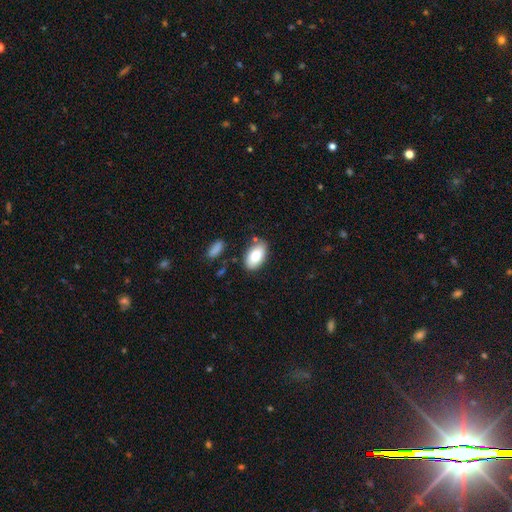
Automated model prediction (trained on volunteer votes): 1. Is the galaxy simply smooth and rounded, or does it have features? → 80% smooth, 13% featured or disk, 7% star or artifact.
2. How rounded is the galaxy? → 93% in between, 5% round, 2% cigar-shaped.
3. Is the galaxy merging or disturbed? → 82% none, 12% minor disturbance, 4% merger, 3% major disturbance.